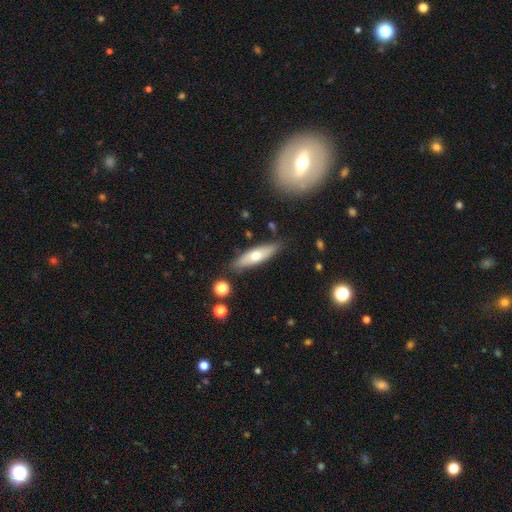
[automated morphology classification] smooth_or_featured: smooth (p=0.57) [alt: featured or disk p=0.37]
how_rounded: cigar-shaped (p=0.54) [alt: in between p=0.44]
merging: none (p=0.81) [alt: minor disturbance p=0.13]